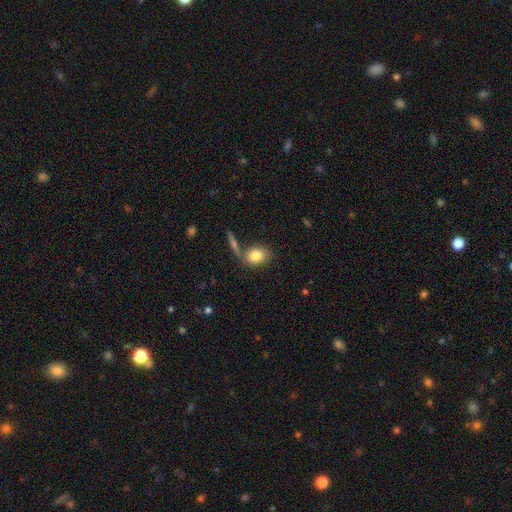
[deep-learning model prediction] Smooth or featured: smooth — 81% (featured or disk — 11%)
How rounded: in between — 62% (round — 36%)
Merging: none — 65% (merger — 18%)